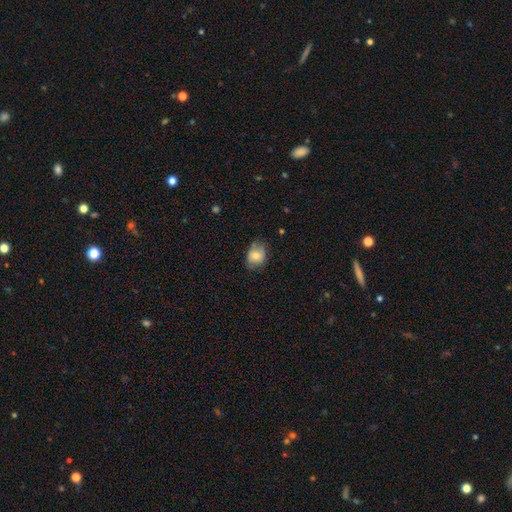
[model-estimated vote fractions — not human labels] Q: Smooth or featured?
A: smooth (68%); runner-up: featured or disk (23%)
Q: How rounded?
A: in between (55%); runner-up: round (44%)
Q: Merging?
A: none (63%); runner-up: minor disturbance (28%)